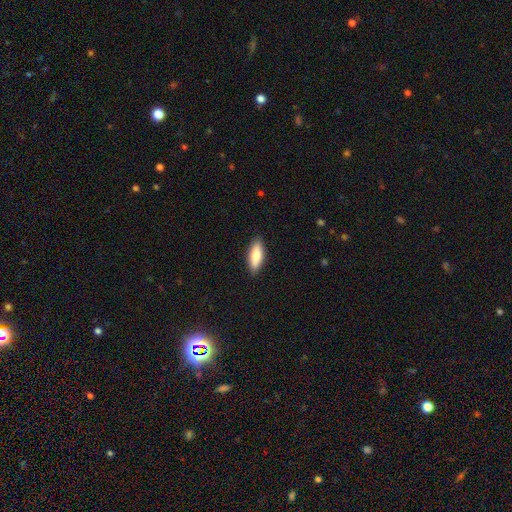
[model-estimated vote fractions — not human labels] A smooth galaxy with no disk features (77%) that is in between round and cigar-shaped (61%).

Vote fractions:
- Smooth or featured? smooth: 77% / featured or disk: 17% / star or artifact: 6%
- How rounded? in between: 61% / cigar-shaped: 37% / round: 2%
- Merging? none: 88% / minor disturbance: 9% / major disturbance: 2% / merger: 1%